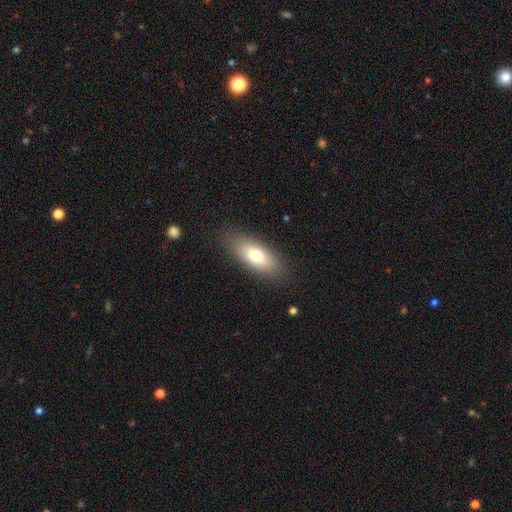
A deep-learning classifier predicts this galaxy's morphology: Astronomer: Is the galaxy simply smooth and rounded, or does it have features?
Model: smooth — 75%.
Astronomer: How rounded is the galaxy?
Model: in between — 81%.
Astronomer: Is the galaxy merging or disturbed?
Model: none — 84%.